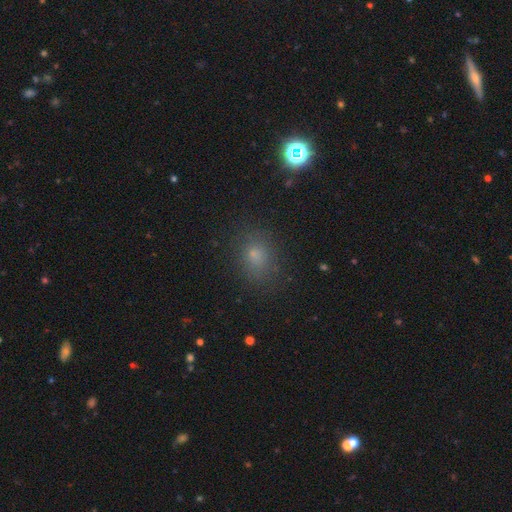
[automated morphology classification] Smooth or featured?
  - smooth: 72% *
  - star or artifact: 19%
  - featured or disk: 8%
How rounded?
  - round: 50% *
  - in between: 48%
  - cigar-shaped: 1%
Merging?
  - none: 80% *
  - minor disturbance: 13%
  - major disturbance: 5%
  - merger: 2%